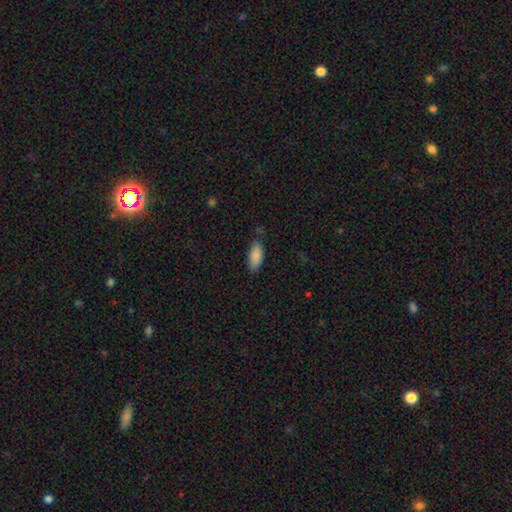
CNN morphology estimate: Smooth or featured?
  - smooth: 88% *
  - star or artifact: 7%
  - featured or disk: 5%
How rounded?
  - in between: 83% *
  - cigar-shaped: 16%
  - round: 2%
Merging?
  - none: 78% *
  - minor disturbance: 17%
  - major disturbance: 3%
  - merger: 2%